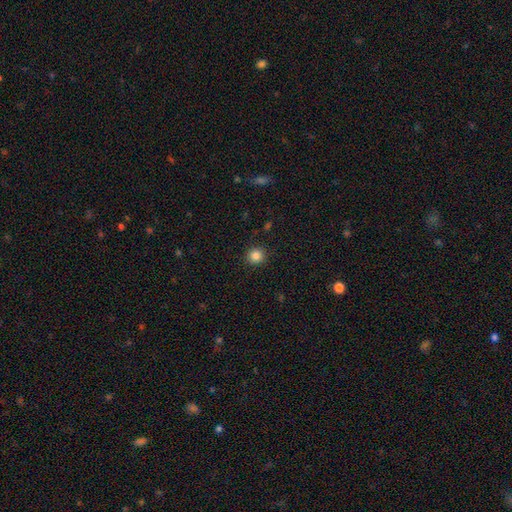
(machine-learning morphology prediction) smooth_or_featured: smooth (p=0.85) [alt: star or artifact p=0.11]
how_rounded: round (p=0.92) [alt: in between p=0.07]
merging: none (p=0.91) [alt: minor disturbance p=0.06]